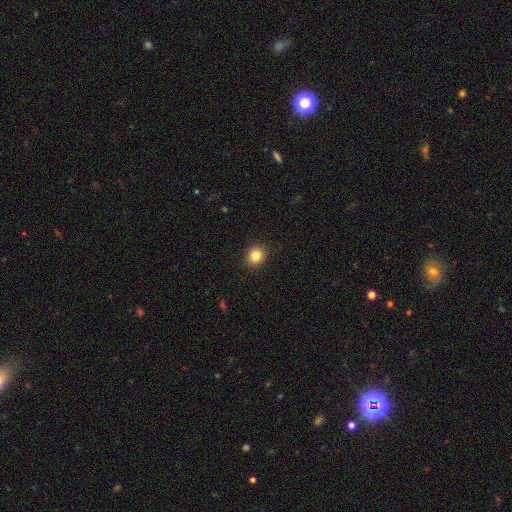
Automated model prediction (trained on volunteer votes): smooth 84%, star or artifact 11%, featured or disk 6%. Down the decision tree: how rounded — round (77%); merging — none (91%).